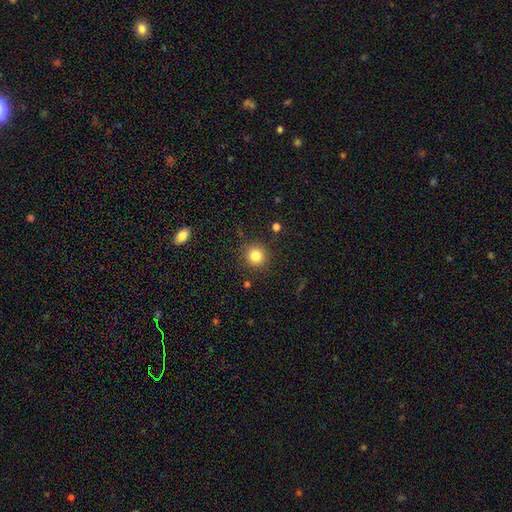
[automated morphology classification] Smooth or featured: smooth — 83% (star or artifact — 12%)
How rounded: round — 91% (in between — 8%)
Merging: none — 87% (minor disturbance — 8%)